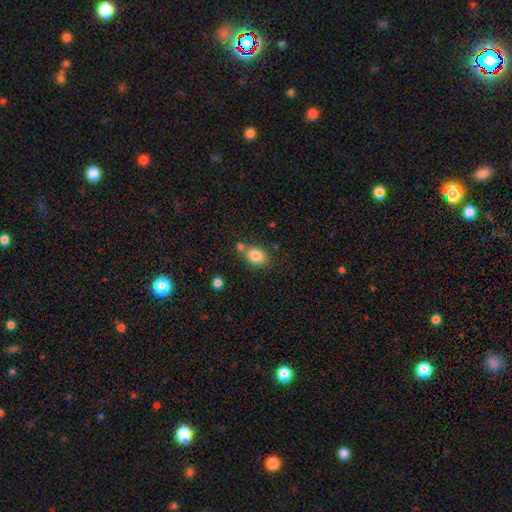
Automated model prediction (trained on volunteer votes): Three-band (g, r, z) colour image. It shows a smooth galaxy with no disk features (83%) that is in between round and cigar-shaped (67%). Merging: none (58%).